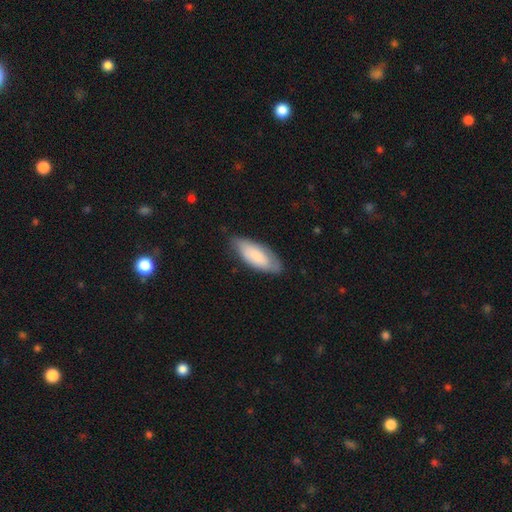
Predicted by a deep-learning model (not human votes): smooth 70%, featured or disk 25%, star or artifact 6%. Down the decision tree: how rounded — in between (81%); merging — none (67%).